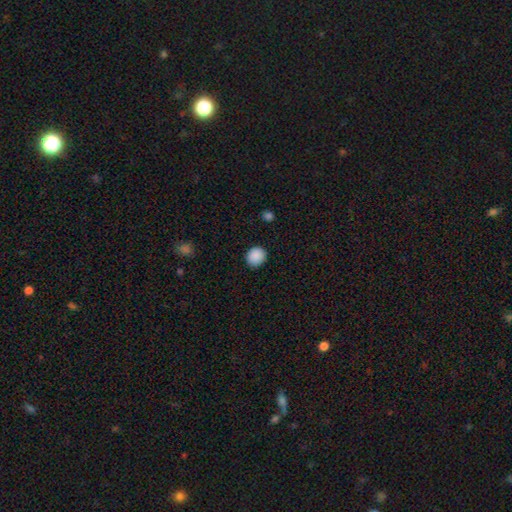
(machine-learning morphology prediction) A smooth galaxy with no disk features (89%) that is round (81%).

Vote fractions:
- Smooth or featured? smooth: 89% / star or artifact: 8% / featured or disk: 2%
- How rounded? round: 81% / in between: 19% / cigar-shaped: 1%
- Merging? none: 90% / minor disturbance: 7% / major disturbance: 2% / merger: 1%